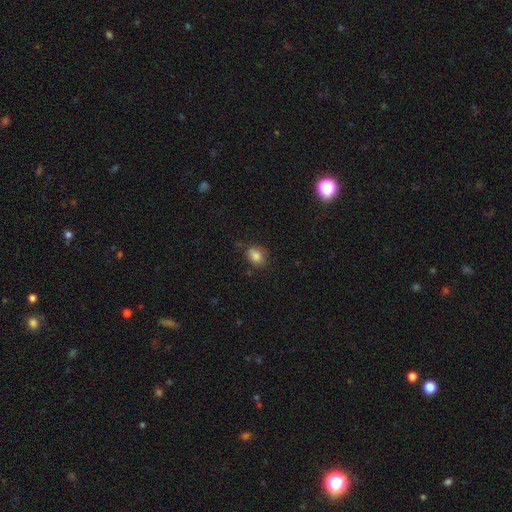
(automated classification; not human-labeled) The model was most divided on "how rounded": in between: 55%, round: 43%, cigar-shaped: 1%. More confident: smooth or featured — smooth (82%); merging — none (74%).